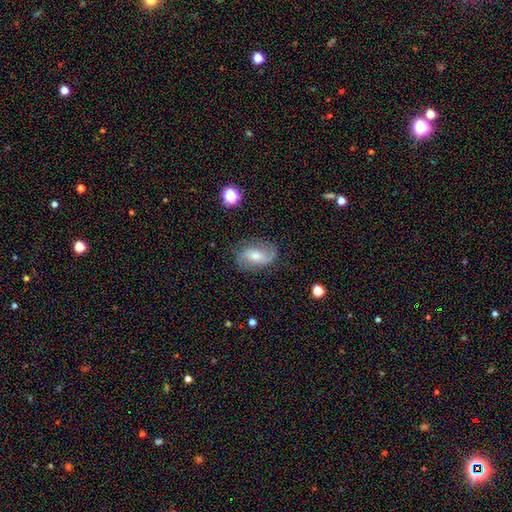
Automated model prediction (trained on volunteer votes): Smooth or featured: featured or disk — 69% (smooth — 22%)
Edge-on disk: no — 96% (yes — 4%)
Bar: weak — 43% (no — 42%)
Spiral arms: yes — 91% (no — 9%)
Spiral winding: loose — 41% (medium — 39%)
Spiral arm count: 2 — 81% (can't tell — 9%)
Bulge size: moderate — 54% (small — 38%)
Merging: none — 75% (minor disturbance — 17%)